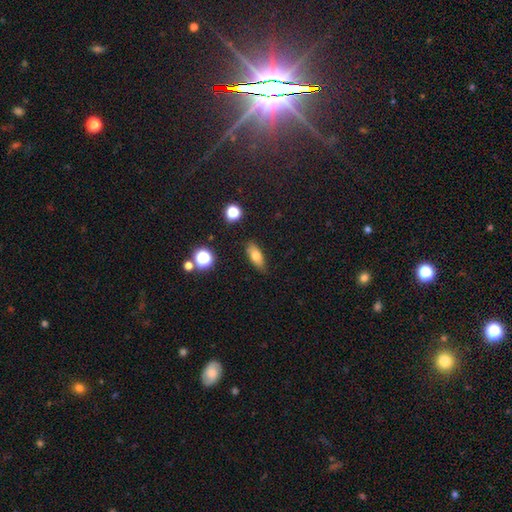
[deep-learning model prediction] Smooth or featured? smooth (71%)
How rounded? in between (75%)
Merging? none (83%)